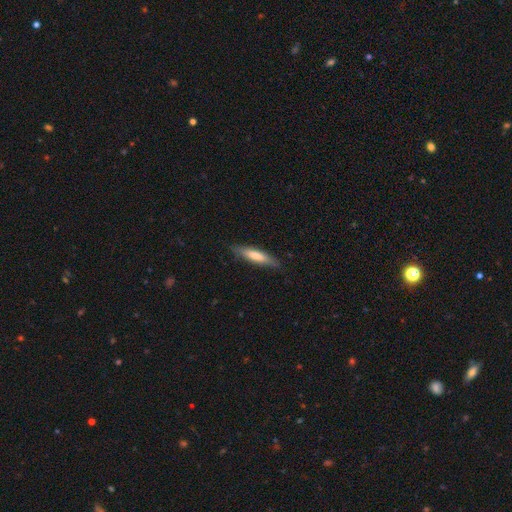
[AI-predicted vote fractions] This is likely a smooth galaxy (66%). How rounded: clearly cigar-shaped (82%). Merging: clearly none (85%).